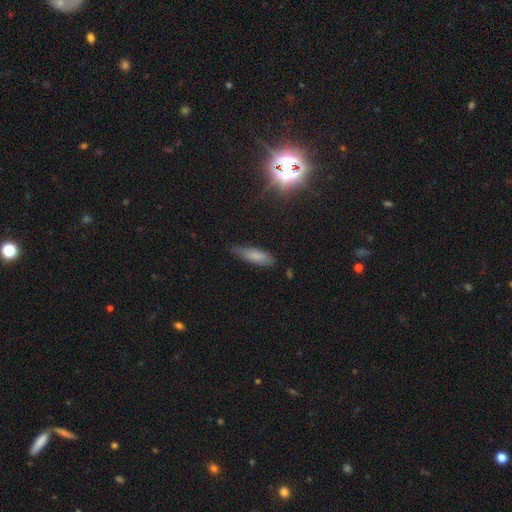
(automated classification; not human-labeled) Smooth or featured? smooth (77%)
How rounded? cigar-shaped (50%)
Merging? none (68%)